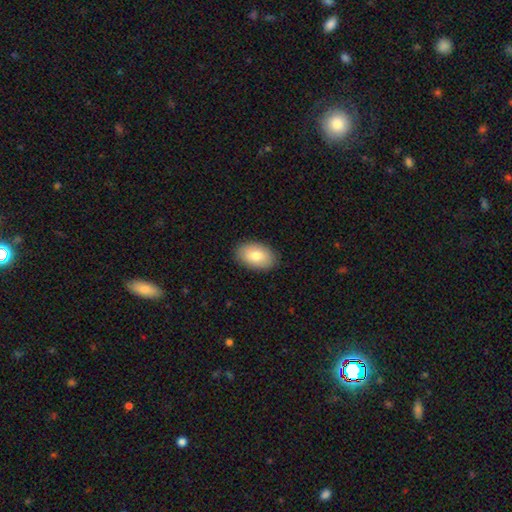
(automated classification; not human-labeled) smooth-or-featured: smooth: 80% | featured or disk: 13% | star or artifact: 7%
  how-rounded: in between: 92% | round: 7% | cigar-shaped: 1%
  merging: none: 88% | minor disturbance: 9% | major disturbance: 2% | merger: 1%